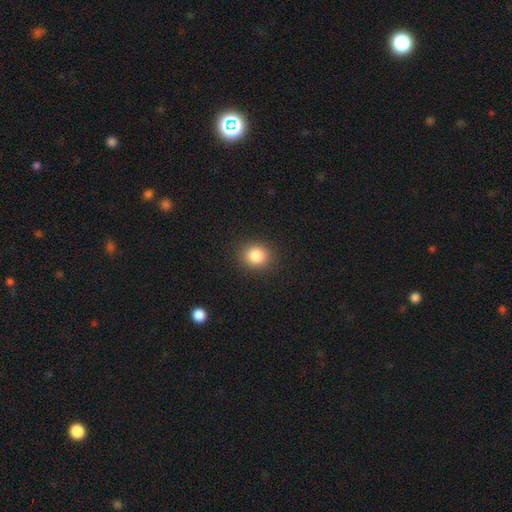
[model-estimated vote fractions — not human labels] smooth_or_featured: smooth (p=0.85) [alt: star or artifact p=0.10]
how_rounded: round (p=0.76) [alt: in between p=0.23]
merging: none (p=0.90) [alt: minor disturbance p=0.07]